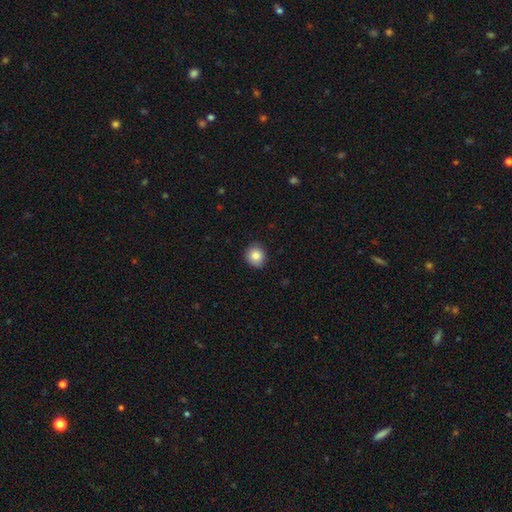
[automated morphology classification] smooth-or-featured: smooth: 86% | star or artifact: 9% | featured or disk: 5%
  how-rounded: round: 84% | in between: 15% | cigar-shaped: 1%
  merging: none: 86% | minor disturbance: 11% | major disturbance: 2% | merger: 1%